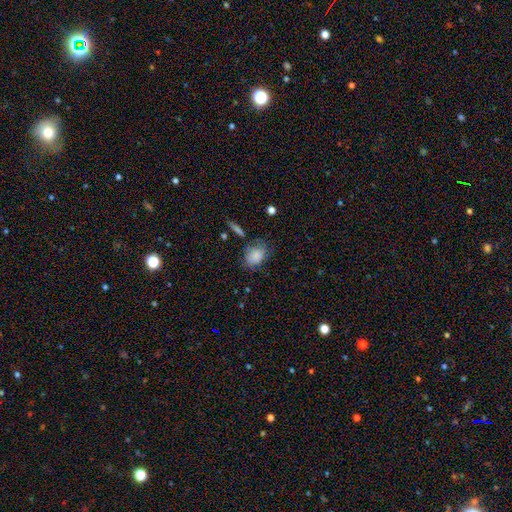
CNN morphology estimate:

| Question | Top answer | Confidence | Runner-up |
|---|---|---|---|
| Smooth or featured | smooth | 82% | featured or disk (10%) |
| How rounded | in between | 59% | round (39%) |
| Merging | none | 55% | minor disturbance (28%) |